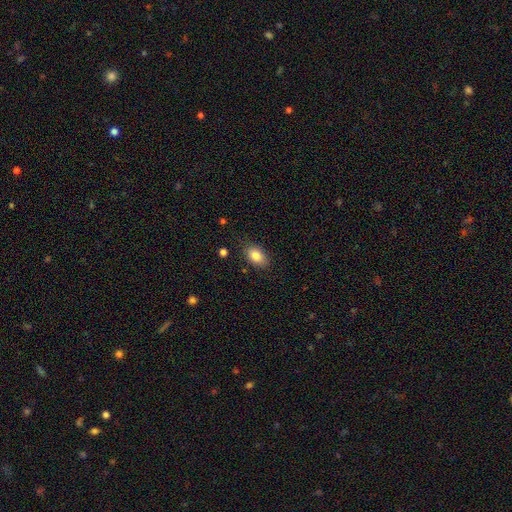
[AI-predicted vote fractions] A smooth galaxy with no disk features (85%) that is in between round and cigar-shaped (88%).

Vote fractions:
- Smooth or featured? smooth: 85% / star or artifact: 8% / featured or disk: 7%
- How rounded? in between: 88% / round: 10% / cigar-shaped: 2%
- Merging? none: 82% / minor disturbance: 13% / major disturbance: 3% / merger: 2%